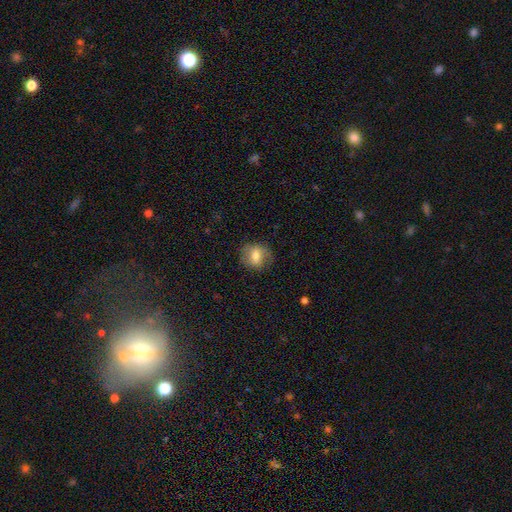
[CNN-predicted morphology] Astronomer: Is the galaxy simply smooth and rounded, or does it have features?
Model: smooth — 62%.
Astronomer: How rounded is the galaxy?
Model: round — 65%.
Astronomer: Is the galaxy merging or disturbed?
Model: none — 77%.